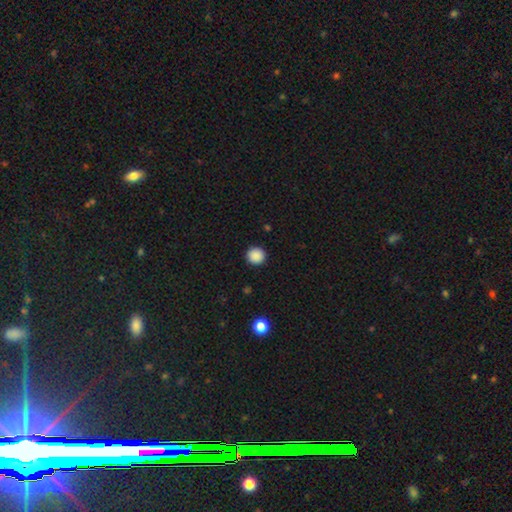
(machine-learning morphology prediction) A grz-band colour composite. It shows a smooth galaxy with no disk features (89%) that is round (95%). Merging: none (92%).